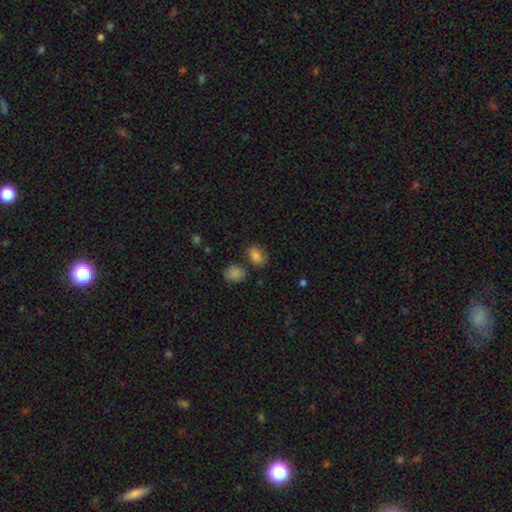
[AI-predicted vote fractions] Smooth or featured?
  - smooth: 82% *
  - star or artifact: 11%
  - featured or disk: 7%
How rounded?
  - in between: 70% *
  - round: 29%
  - cigar-shaped: 1%
Merging?
  - none: 64% *
  - minor disturbance: 20%
  - merger: 9%
  - major disturbance: 6%